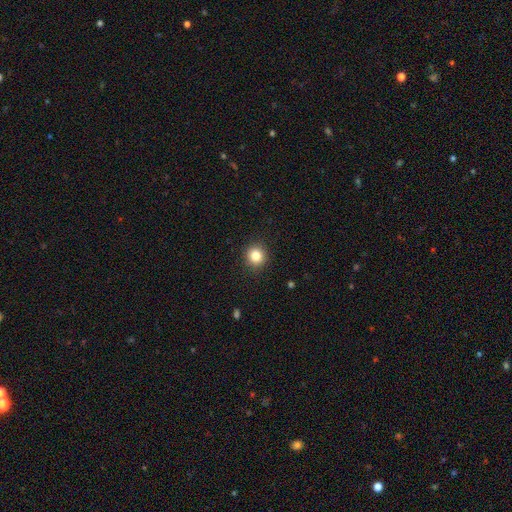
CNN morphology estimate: A smooth galaxy with no disk features (83%) that is round (91%).

Vote fractions:
- Smooth or featured? smooth: 83% / star or artifact: 11% / featured or disk: 6%
- How rounded? round: 91% / in between: 8% / cigar-shaped: 1%
- Merging? none: 91% / minor disturbance: 6% / major disturbance: 2% / merger: 1%